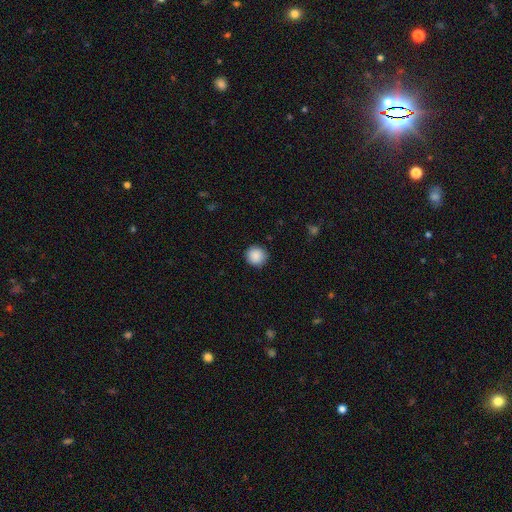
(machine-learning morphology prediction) smooth-or-featured: smooth: 89% | star or artifact: 8% | featured or disk: 3%
  how-rounded: round: 94% | in between: 5% | cigar-shaped: 1%
  merging: none: 91% | minor disturbance: 6% | major disturbance: 2% | merger: 1%